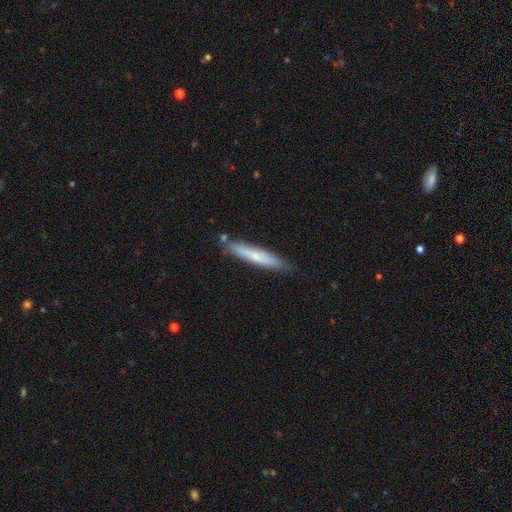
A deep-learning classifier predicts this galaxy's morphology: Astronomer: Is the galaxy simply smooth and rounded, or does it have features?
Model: smooth — 60%.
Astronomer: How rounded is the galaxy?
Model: cigar-shaped — 92%.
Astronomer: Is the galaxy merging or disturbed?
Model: none — 80%.